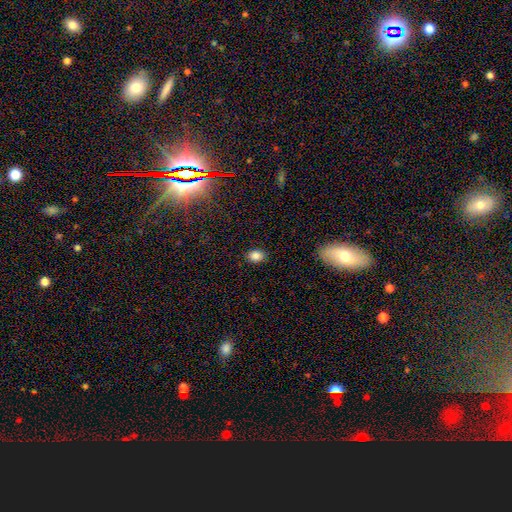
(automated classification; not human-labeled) This appears to be a smooth galaxy with no disk features (84%) that is in between round and cigar-shaped (63%). Merging: none (87%).